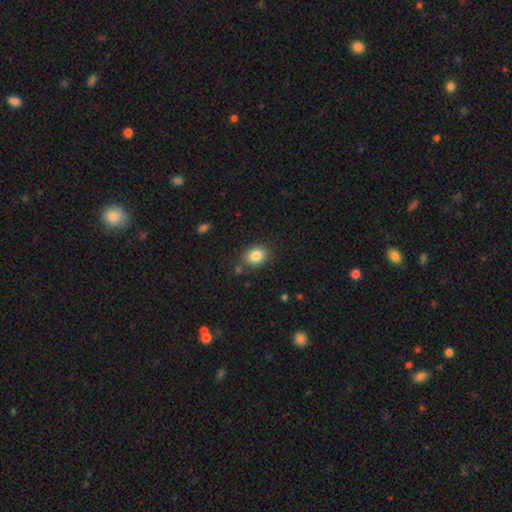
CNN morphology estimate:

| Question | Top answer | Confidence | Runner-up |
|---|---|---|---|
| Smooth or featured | smooth | 84% | star or artifact (9%) |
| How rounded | in between | 66% | round (33%) |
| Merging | none | 82% | minor disturbance (12%) |